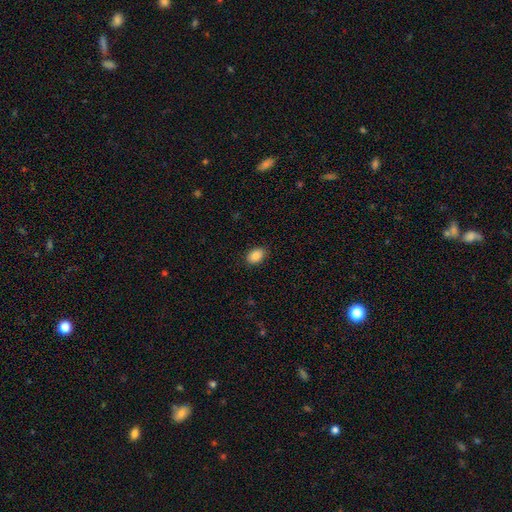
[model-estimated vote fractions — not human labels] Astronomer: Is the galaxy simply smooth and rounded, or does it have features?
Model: smooth — 86%.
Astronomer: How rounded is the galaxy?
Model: in between — 83%.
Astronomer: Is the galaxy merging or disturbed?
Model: none — 87%.